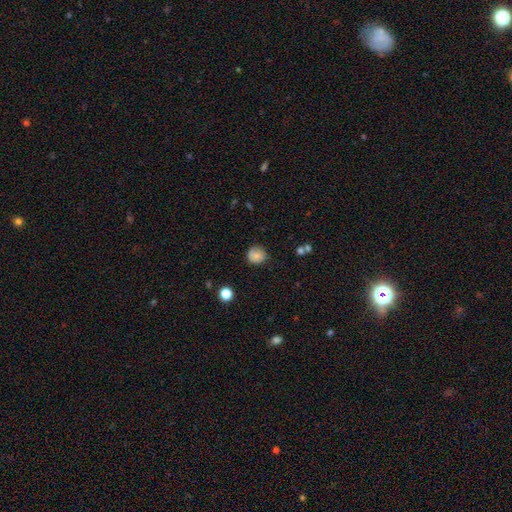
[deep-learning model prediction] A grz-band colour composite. It shows a smooth galaxy with no disk features (76%) that is round (86%). Merging: none (77%).